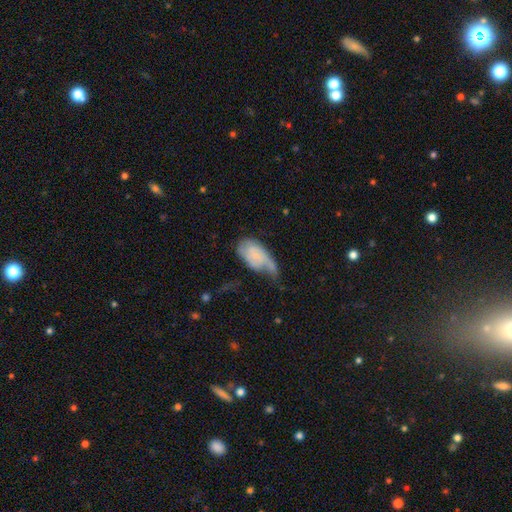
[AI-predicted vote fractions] Morphology: type=smooth (47%); merging=minor disturbance (36%).